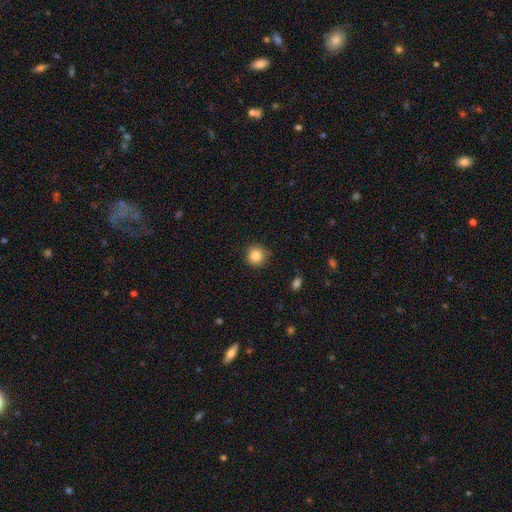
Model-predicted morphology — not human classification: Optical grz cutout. It shows a smooth galaxy with no disk features (84%) that is round (94%). Merging: none (85%).